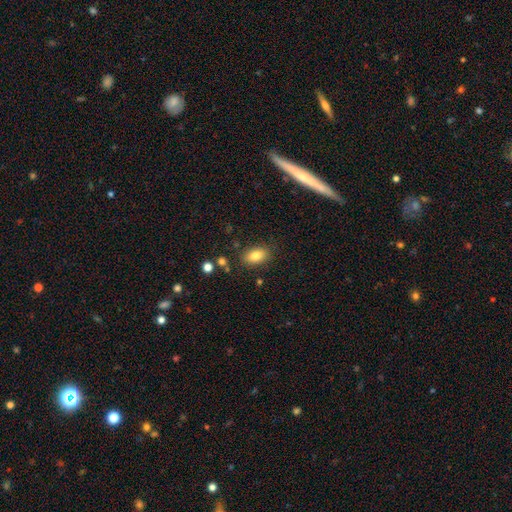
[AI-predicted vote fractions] A smooth galaxy with no disk features (82%) that is in between round and cigar-shaped (88%). Merging: none (84%).